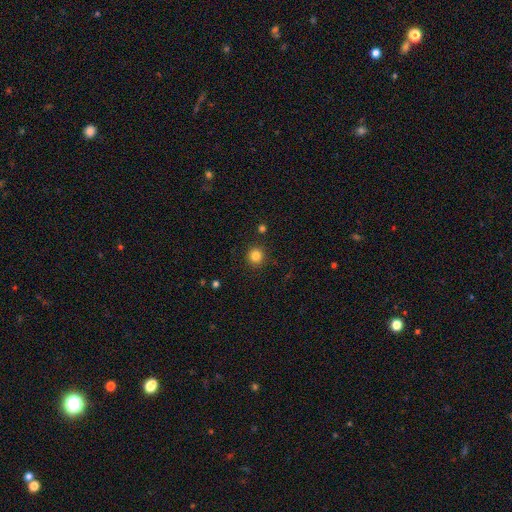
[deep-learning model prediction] Smooth or featured? Predicted: smooth (p=0.83). How rounded? Predicted: round (p=0.93). Merging? Predicted: none (p=0.91).